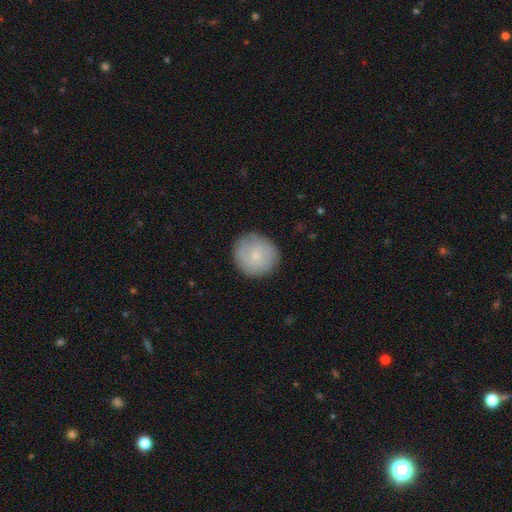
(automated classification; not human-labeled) Q: Smooth or featured?
A: smooth (53%); runner-up: featured or disk (39%)
Q: How rounded?
A: round (91%); runner-up: in between (8%)
Q: Merging?
A: none (85%); runner-up: minor disturbance (11%)